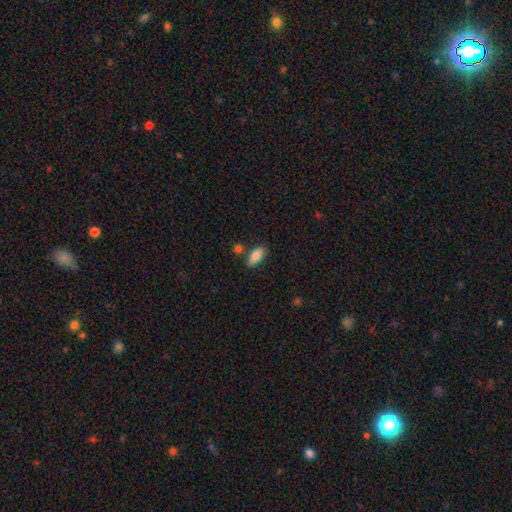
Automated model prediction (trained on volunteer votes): Smooth or featured? smooth (81%)
How rounded? in between (88%)
Merging? none (76%)